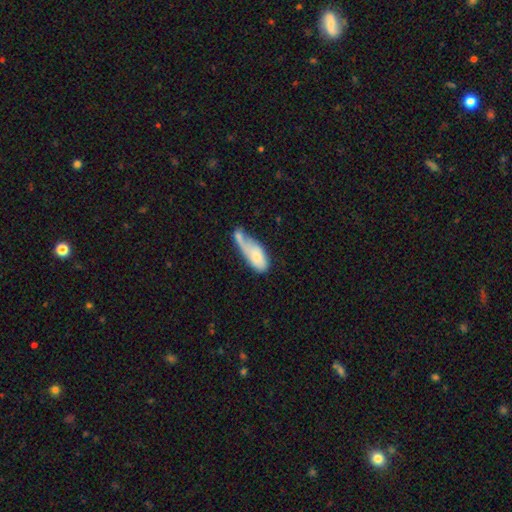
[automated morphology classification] The model was most divided on "merging": merger: 35%, major disturbance: 26%, minor disturbance: 20%, none: 19%. More confident: how rounded — in between (79%); smooth or featured — smooth (67%).